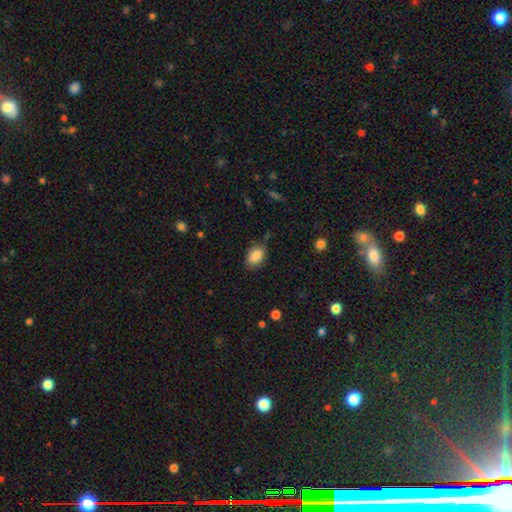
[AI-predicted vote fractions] smooth 86%, star or artifact 8%, featured or disk 6%. Down the decision tree: how rounded — in between (89%); merging — none (78%).